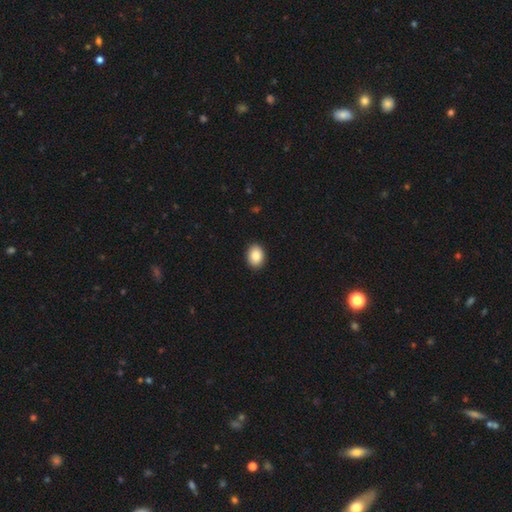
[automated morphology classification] smooth 87%, star or artifact 8%, featured or disk 6%. Down the decision tree: how rounded — in between (68%); merging — none (91%).